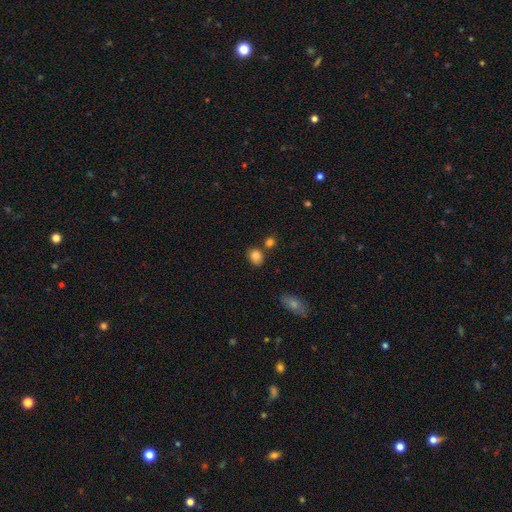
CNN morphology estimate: Smooth or featured: smooth — 84% (star or artifact — 10%)
How rounded: round — 52% (in between — 47%)
Merging: none — 72% (merger — 12%)